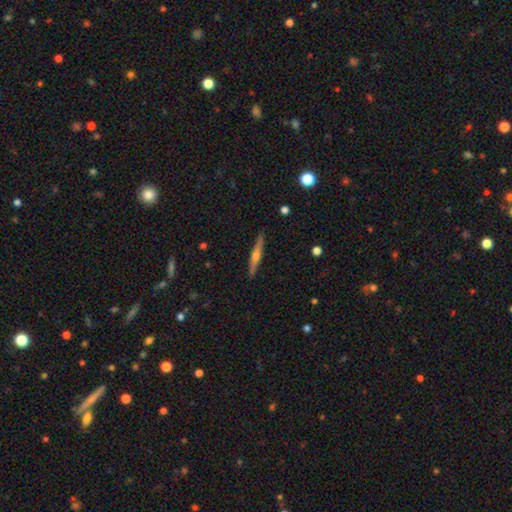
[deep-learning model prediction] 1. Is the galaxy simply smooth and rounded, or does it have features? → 69% featured or disk, 24% smooth, 7% star or artifact.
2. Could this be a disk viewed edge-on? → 98% yes, 2% no.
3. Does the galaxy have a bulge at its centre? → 87% rounded, 7% none, 6% boxy.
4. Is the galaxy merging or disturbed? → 91% none, 6% minor disturbance, 1% major disturbance, 1% merger.